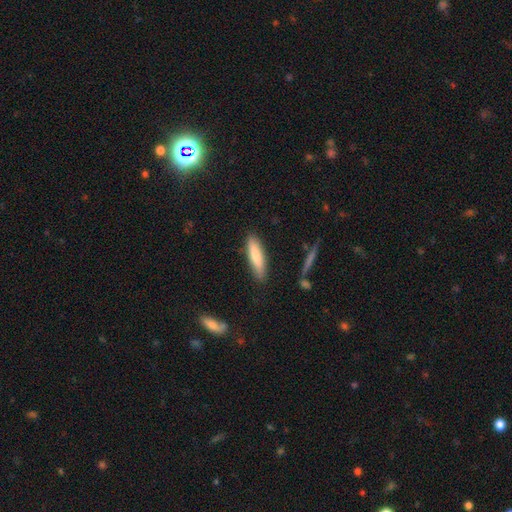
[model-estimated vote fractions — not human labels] Smooth or featured: smooth — 79% (featured or disk — 16%)
How rounded: cigar-shaped — 75% (in between — 23%)
Merging: none — 83% (minor disturbance — 12%)